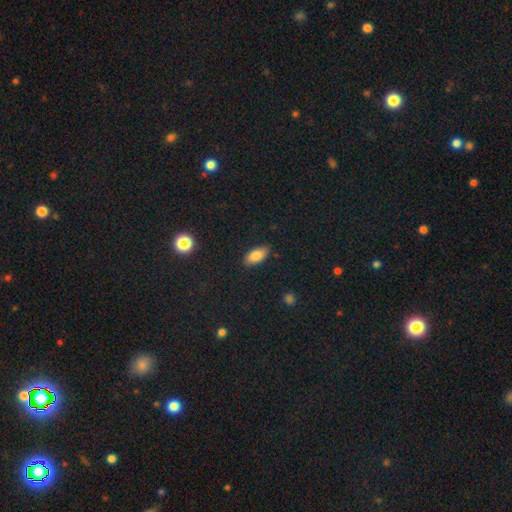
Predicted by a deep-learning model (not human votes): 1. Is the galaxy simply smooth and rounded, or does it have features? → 82% smooth, 10% featured or disk, 8% star or artifact.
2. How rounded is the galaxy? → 91% in between, 6% cigar-shaped, 3% round.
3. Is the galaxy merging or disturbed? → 87% none, 10% minor disturbance, 2% major disturbance, 1% merger.